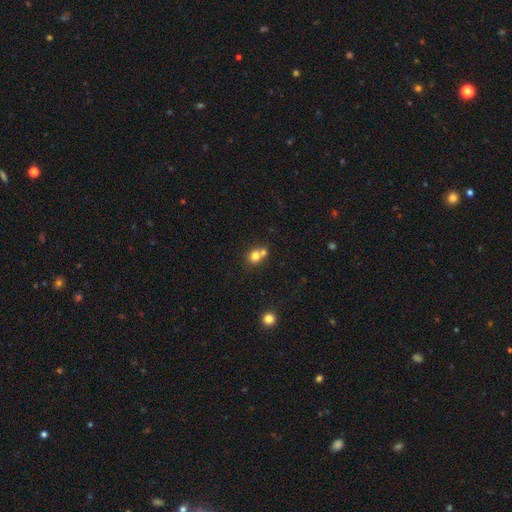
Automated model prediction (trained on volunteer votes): Smooth or featured? smooth (77%)
How rounded? round (81%)
Merging? merger (48%)